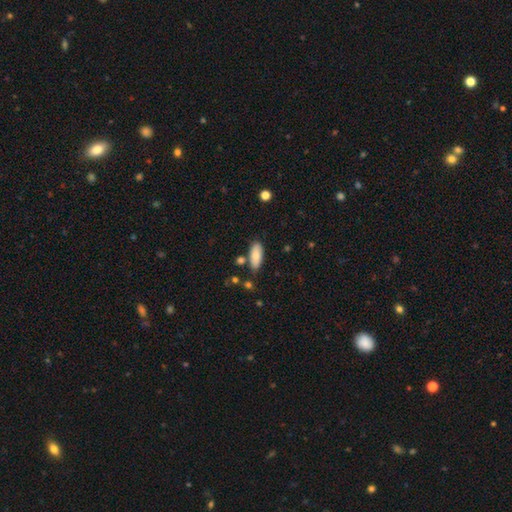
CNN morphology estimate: Q: Smooth or featured?
A: smooth (81%); runner-up: featured or disk (12%)
Q: How rounded?
A: in between (84%); runner-up: cigar-shaped (14%)
Q: Merging?
A: none (77%); runner-up: minor disturbance (14%)